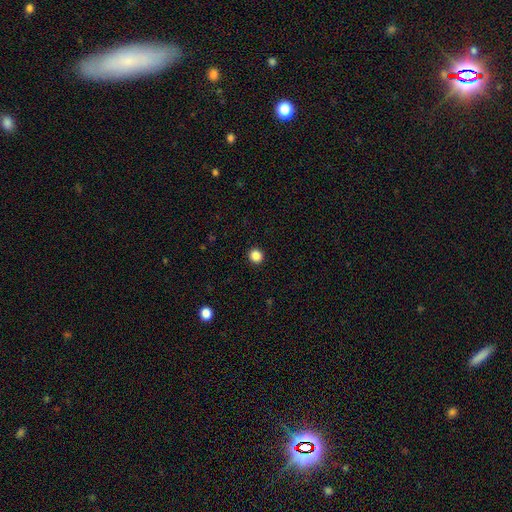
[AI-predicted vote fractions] Smooth or featured?
  - smooth: 86% *
  - star or artifact: 11%
  - featured or disk: 3%
How rounded?
  - round: 92% *
  - in between: 7%
  - cigar-shaped: 1%
Merging?
  - none: 93% *
  - minor disturbance: 4%
  - major disturbance: 2%
  - merger: 1%